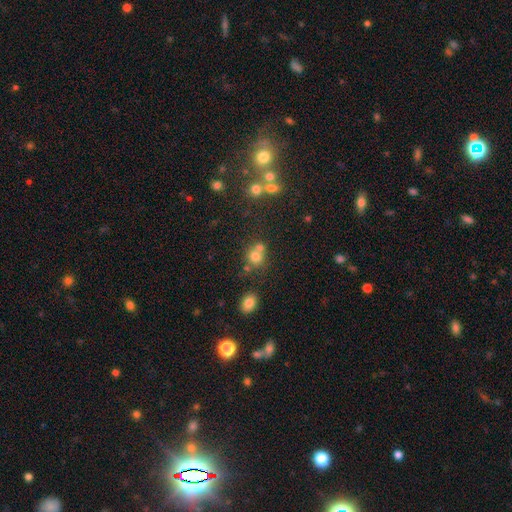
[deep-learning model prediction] A smooth galaxy with no disk features (68%) that is round (79%). Merging: none (48%).